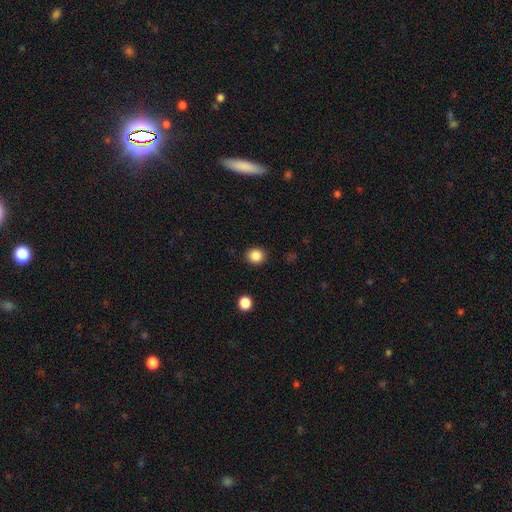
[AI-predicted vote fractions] smooth-or-featured: smooth: 86% | star or artifact: 11% | featured or disk: 3%
  how-rounded: round: 83% | in between: 16% | cigar-shaped: 1%
  merging: none: 90% | minor disturbance: 6% | major disturbance: 2% | merger: 1%